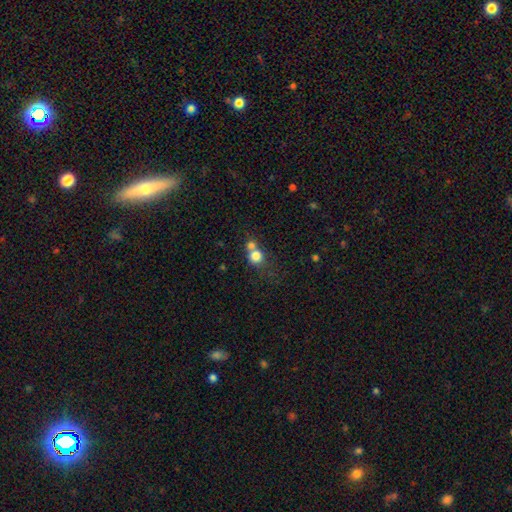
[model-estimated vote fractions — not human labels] Smooth or featured? smooth (78%)
How rounded? round (84%)
Merging? merger (49%)